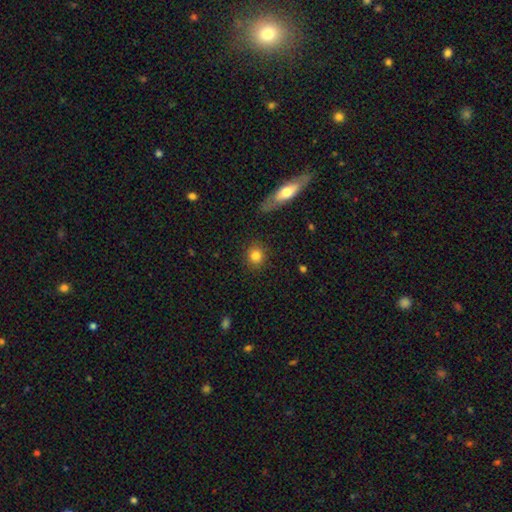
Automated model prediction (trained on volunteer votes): This is clearly a smooth galaxy (84%). How rounded: clearly round (87%). Merging: clearly none (88%).